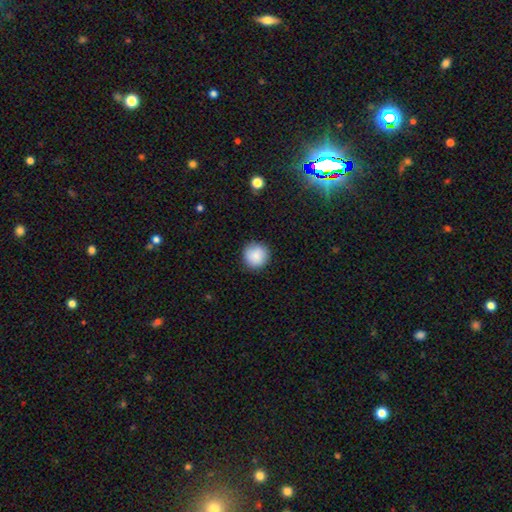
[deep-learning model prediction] Smooth or featured? smooth (87%)
How rounded? round (94%)
Merging? none (88%)